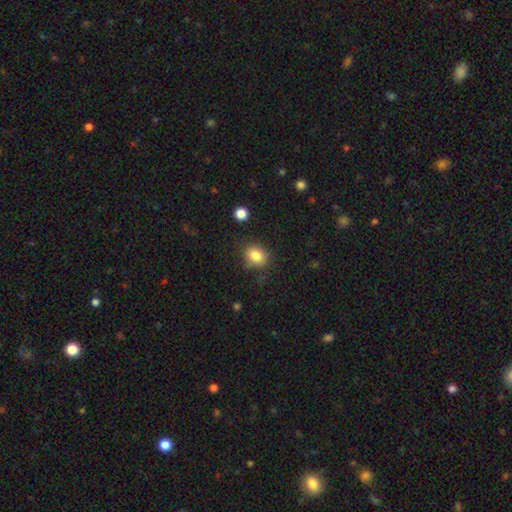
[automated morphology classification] Smooth or featured?
  - smooth: 83% *
  - star or artifact: 10%
  - featured or disk: 6%
How rounded?
  - round: 52% *
  - in between: 47%
  - cigar-shaped: 1%
Merging?
  - none: 77% *
  - minor disturbance: 15%
  - major disturbance: 4%
  - merger: 3%